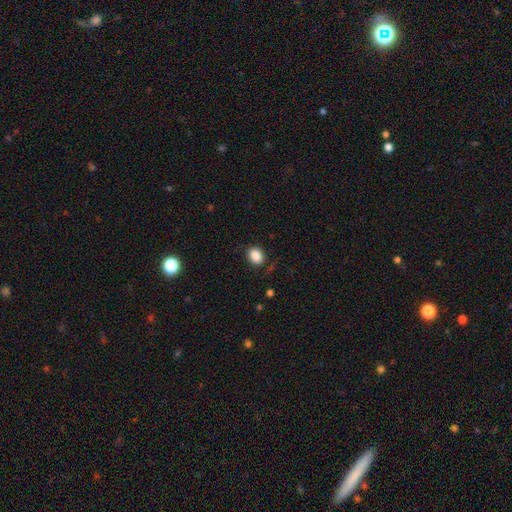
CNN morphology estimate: Overall: smooth (87%). How rounded: in between (62%; round 37%). Merging: none (83%).